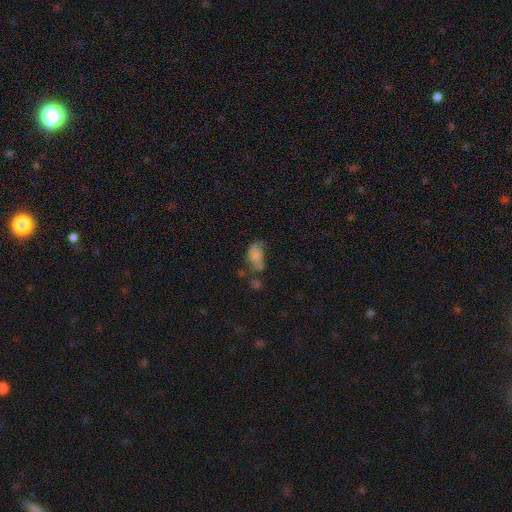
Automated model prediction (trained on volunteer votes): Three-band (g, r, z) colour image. It shows a smooth galaxy with no disk features (67%) that is in between round and cigar-shaped (86%). Merging: major disturbance (28%).